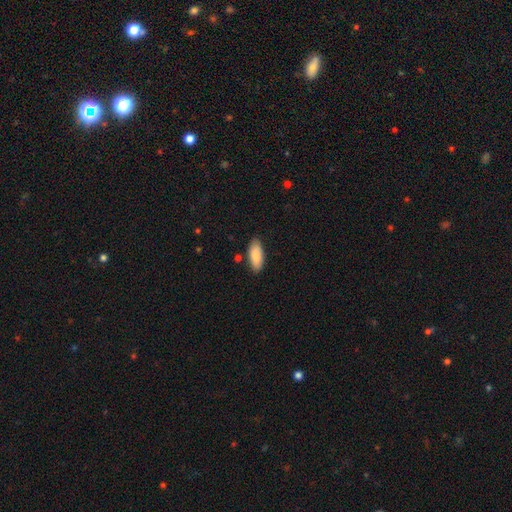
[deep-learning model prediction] Overall: smooth (85%). How rounded: in between (82%). Merging: none (83%).